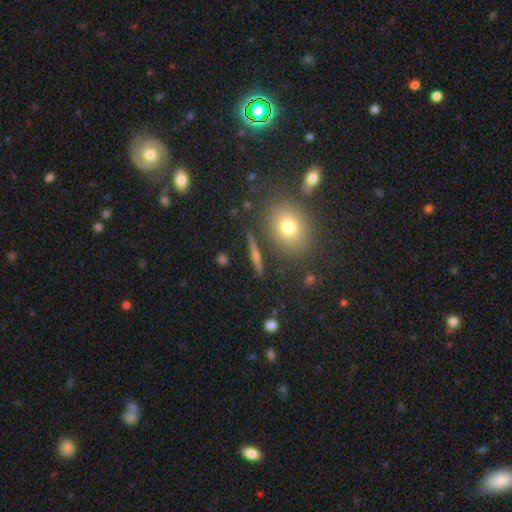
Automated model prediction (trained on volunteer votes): A smooth galaxy with no disk features (52%) that is round (47%).

Vote fractions:
- Smooth or featured? smooth: 52% / star or artifact: 24% / featured or disk: 24%
- How rounded? round: 47% / in between: 40% / cigar-shaped: 13%
- Merging? none: 81% / minor disturbance: 10% / merger: 5% / major disturbance: 4%